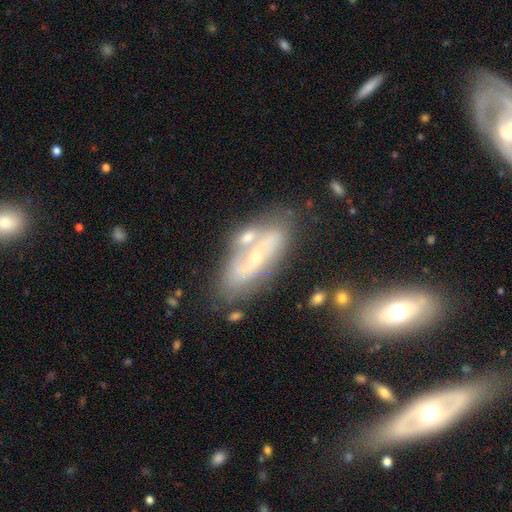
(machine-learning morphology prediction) This appears to be a featured or disk galaxy (69%) with no bar (50%), spiral arms (69%) and a small central bulge (63%). Merging: none (59%).